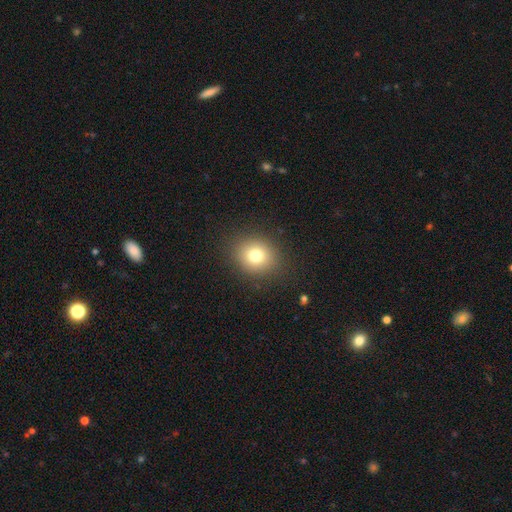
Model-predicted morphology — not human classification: Smooth or featured? smooth (76%)
How rounded? round (71%)
Merging? none (88%)